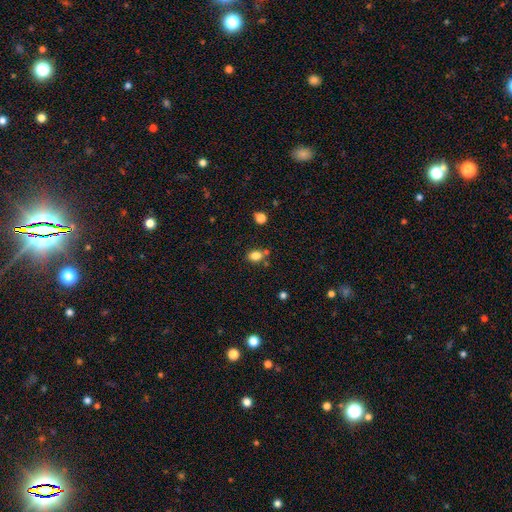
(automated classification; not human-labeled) A smooth galaxy with no disk features (82%) that is in between round and cigar-shaped (58%). Merging: none (68%).